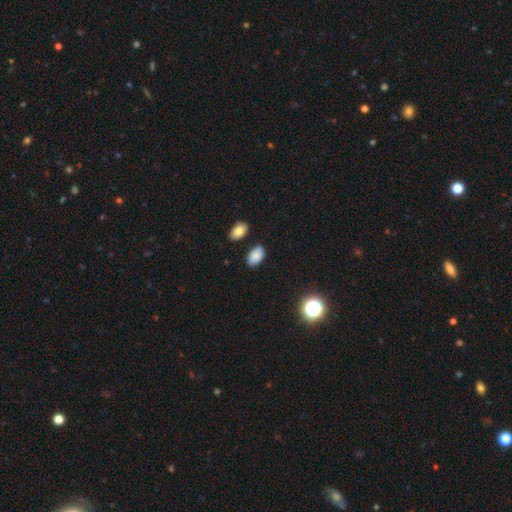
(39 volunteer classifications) Overall: smooth (87%). How rounded: in between (88%). Merging: none (89%).